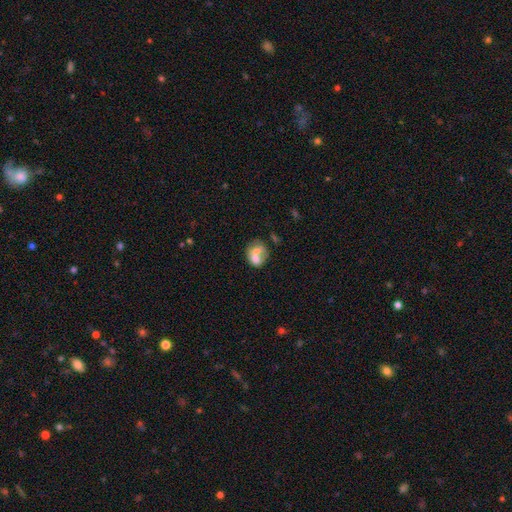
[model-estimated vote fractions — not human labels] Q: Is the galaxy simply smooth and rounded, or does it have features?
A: smooth — 59%.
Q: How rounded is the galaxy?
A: round — 51%.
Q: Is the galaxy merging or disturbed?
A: merger — 50%.